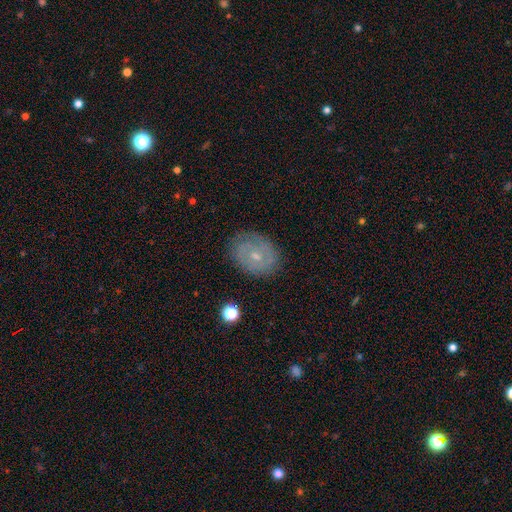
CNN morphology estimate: smooth-or-featured: featured or disk: 69% | smooth: 23% | star or artifact: 8%
  disk-edge-on: no: 97% | yes: 3%
    bar: no: 62% | weak: 33% | strong: 6%
    has-spiral-arms: yes: 81% | no: 19%
      spiral-winding: tight: 64% | medium: 27% | loose: 9%
      spiral-arm-count: 2: 54% | can't tell: 30% | 3: 6% | 1: 5% | 4: 3% | more than 4: 3%
    bulge-size: small: 65% | moderate: 31% | none: 2% | large: 1% | dominant: 1%
  merging: none: 82% | minor disturbance: 13% | major disturbance: 4% | merger: 1%